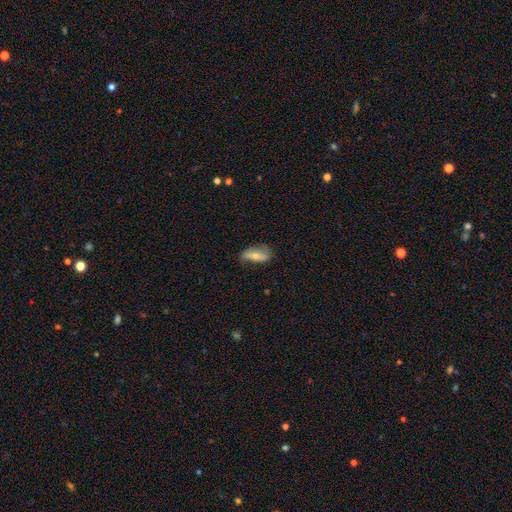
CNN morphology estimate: The model was most divided on "smooth or featured": featured or disk: 47%, smooth: 45%, star or artifact: 7%. More confident: merging — none (63%).